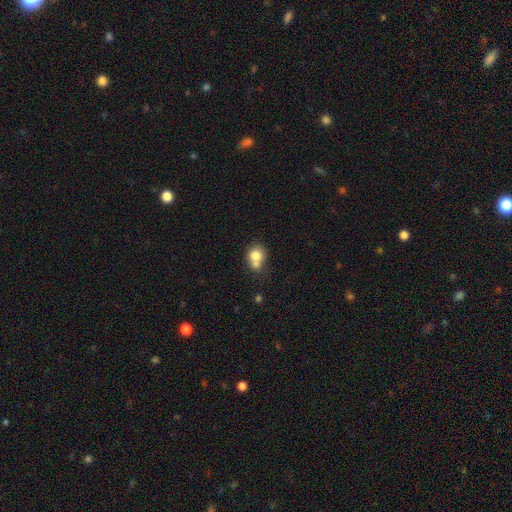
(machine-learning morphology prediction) Smooth or featured? smooth (75%)
How rounded? round (70%)
Merging? merger (50%)